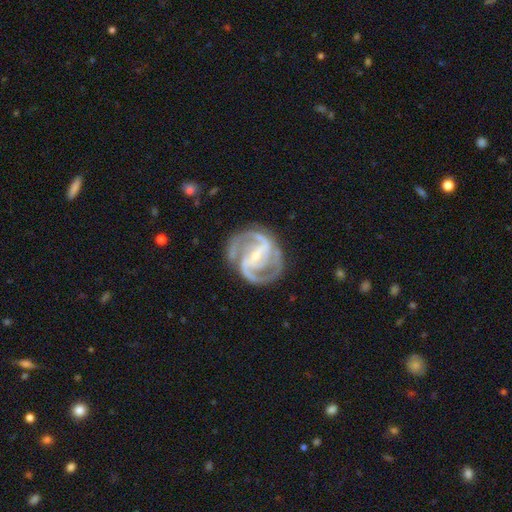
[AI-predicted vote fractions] Q: Smooth or featured?
A: featured or disk (92%); runner-up: star or artifact (4%)
Q: Edge-on disk?
A: no (98%); runner-up: yes (2%)
Q: Bar?
A: strong (57%); runner-up: weak (30%)
Q: Spiral arms?
A: yes (98%); runner-up: no (2%)
Q: Spiral winding?
A: medium (57%); runner-up: tight (32%)
Q: Spiral arm count?
A: 2 (72%); runner-up: 3 (16%)
Q: Bulge size?
A: small (75%); runner-up: moderate (21%)
Q: Merging?
A: none (73%); runner-up: minor disturbance (16%)